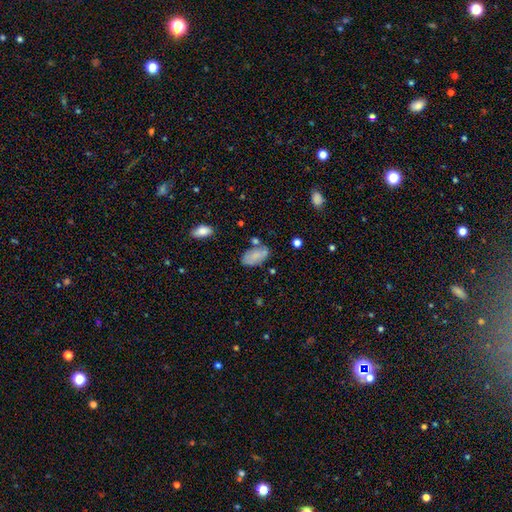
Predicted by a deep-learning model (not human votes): Smooth or featured?
  - smooth: 75% *
  - featured or disk: 18%
  - star or artifact: 8%
How rounded?
  - in between: 94% *
  - round: 4%
  - cigar-shaped: 3%
Merging?
  - none: 62% *
  - minor disturbance: 21%
  - merger: 11%
  - major disturbance: 6%